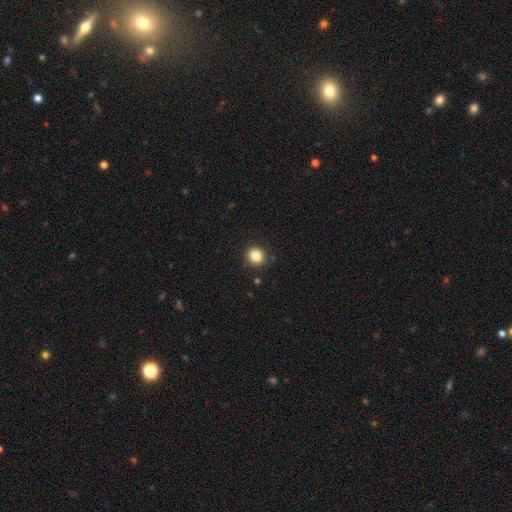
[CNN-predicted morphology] The model was most divided on "smooth or featured": smooth: 85%, star or artifact: 11%, featured or disk: 5%. More confident: how rounded — round (93%); merging — none (91%).